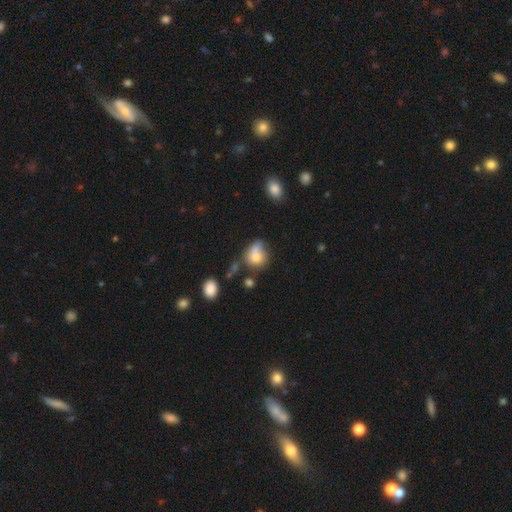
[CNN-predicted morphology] This is likely a smooth galaxy (73%). How rounded: likely round (60%). Merging: marginally none (34%).